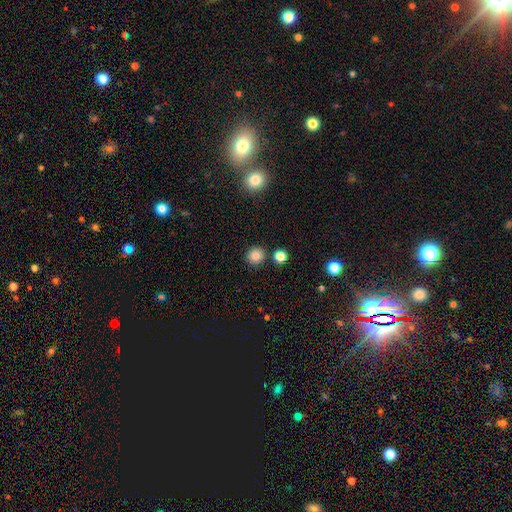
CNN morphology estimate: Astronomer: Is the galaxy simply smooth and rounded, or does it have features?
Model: smooth — 84%.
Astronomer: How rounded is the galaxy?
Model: round — 91%.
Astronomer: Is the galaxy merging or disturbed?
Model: none — 86%.